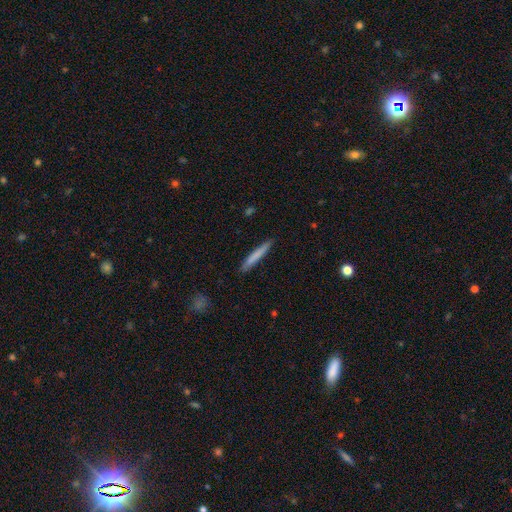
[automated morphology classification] smooth-or-featured: smooth: 75% | featured or disk: 19% | star or artifact: 6%
  how-rounded: cigar-shaped: 95% | in between: 3% | round: 1%
  merging: none: 87% | minor disturbance: 10% | major disturbance: 2% | merger: 1%